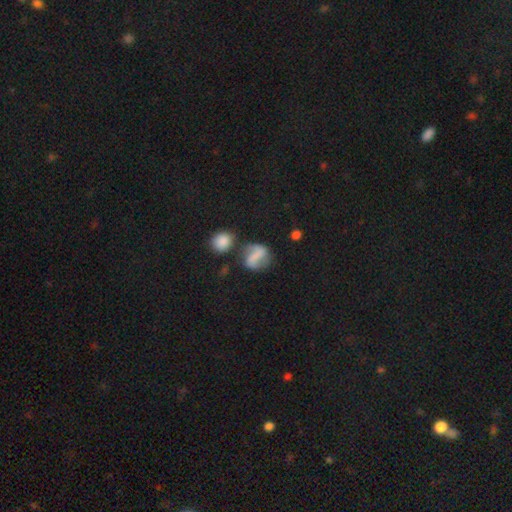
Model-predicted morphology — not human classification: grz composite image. It shows a featured or disk galaxy (49%). Merging: none (56%).